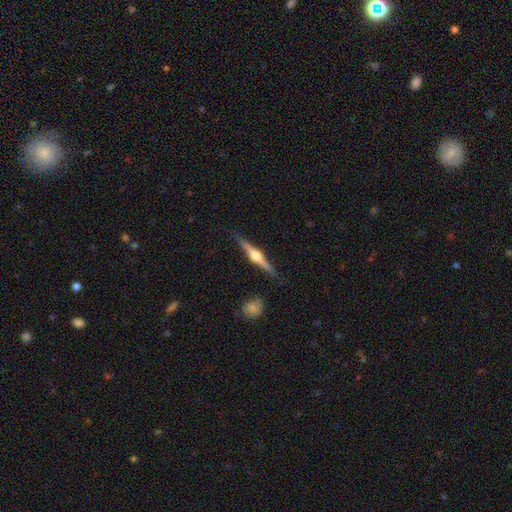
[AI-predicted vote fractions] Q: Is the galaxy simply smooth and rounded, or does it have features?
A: featured or disk — 80%.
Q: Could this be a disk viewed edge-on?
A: yes — 98%.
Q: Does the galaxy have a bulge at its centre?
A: rounded — 94%.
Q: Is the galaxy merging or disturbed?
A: none — 89%.